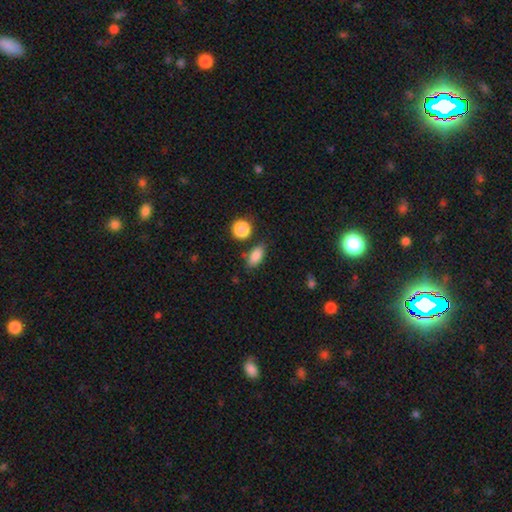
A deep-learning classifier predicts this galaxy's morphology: Smooth or featured? smooth (85%)
How rounded? in between (83%)
Merging? none (76%)